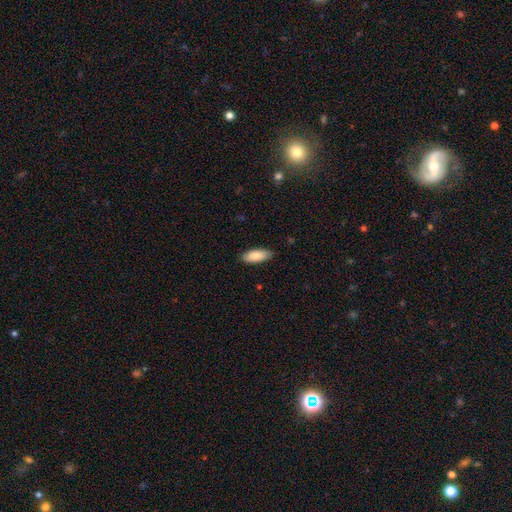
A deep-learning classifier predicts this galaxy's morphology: Smooth or featured?
  - smooth: 85% *
  - featured or disk: 10%
  - star or artifact: 6%
How rounded?
  - in between: 80% *
  - cigar-shaped: 18%
  - round: 2%
Merging?
  - none: 84% *
  - minor disturbance: 13%
  - major disturbance: 2%
  - merger: 1%